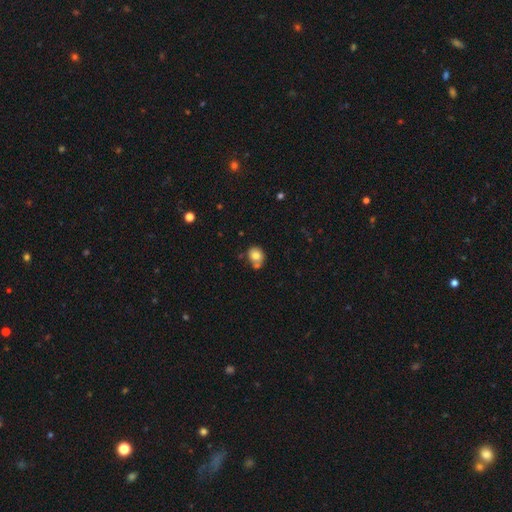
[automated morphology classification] smooth_or_featured: smooth (p=0.78) [alt: featured or disk p=0.13]
how_rounded: round (p=0.59) [alt: in between p=0.40]
merging: none (p=0.54) [alt: merger p=0.24]